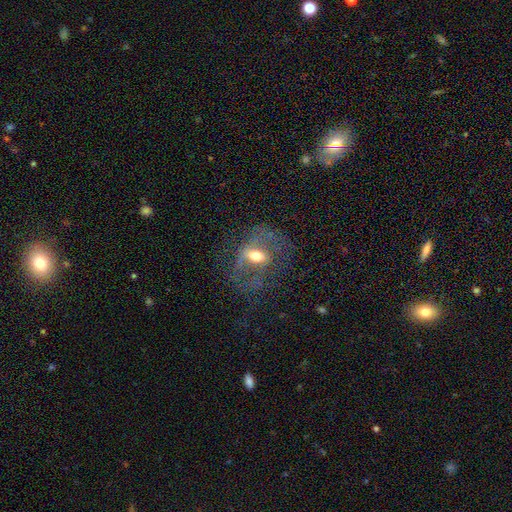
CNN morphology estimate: A featured or disk galaxy (61%) with a strong bar (37%), no spiral arms (56%) and a moderate central bulge (70%). Merging: none (47%).